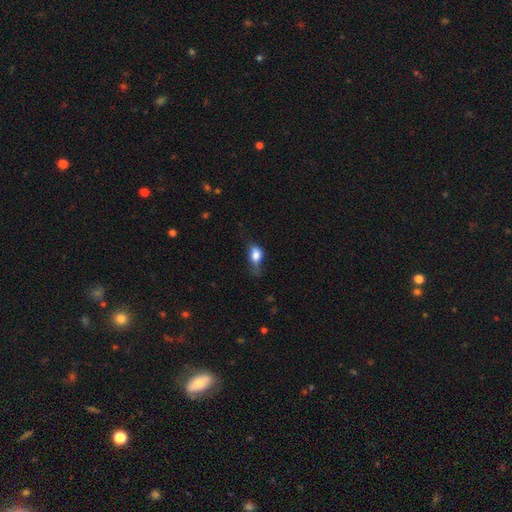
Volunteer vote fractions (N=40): This appears to be a smooth galaxy with no disk features (90%) that is in between round and cigar-shaped (78%). Merging: none (37%).